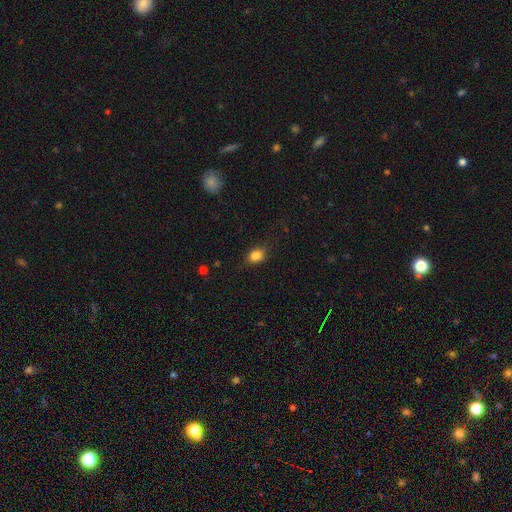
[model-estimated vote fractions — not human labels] Overall: smooth (84%). How rounded: in between (58%; round 40%). Merging: none (79%).